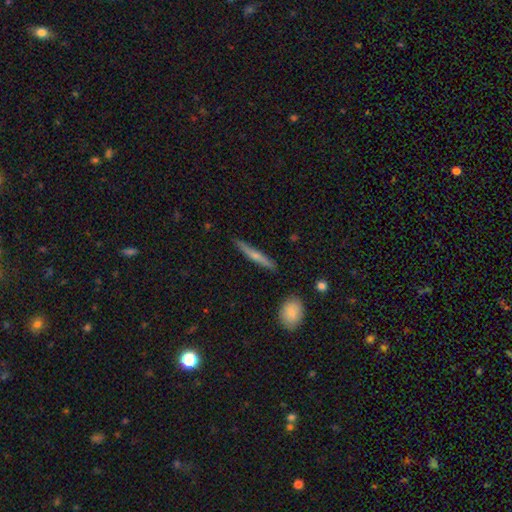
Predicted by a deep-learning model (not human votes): A featured or disk galaxy (49%).

Vote fractions:
- Smooth or featured? featured or disk: 49% / smooth: 45% / star or artifact: 7%
- Merging? none: 87% / minor disturbance: 10% / major disturbance: 2% / merger: 2%